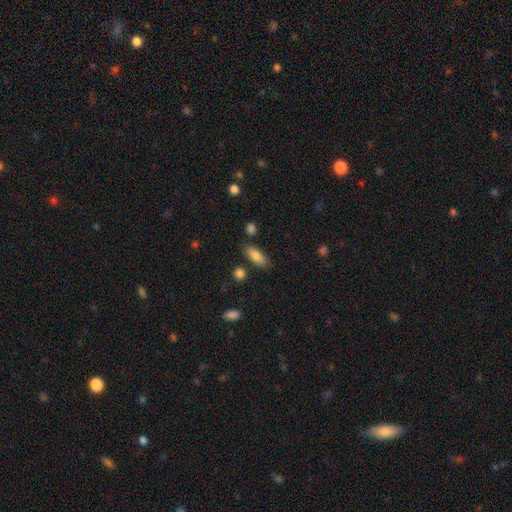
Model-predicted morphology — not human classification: This appears to be a smooth galaxy with no disk features (82%) that is in between round and cigar-shaped (73%). Merging: none (80%).